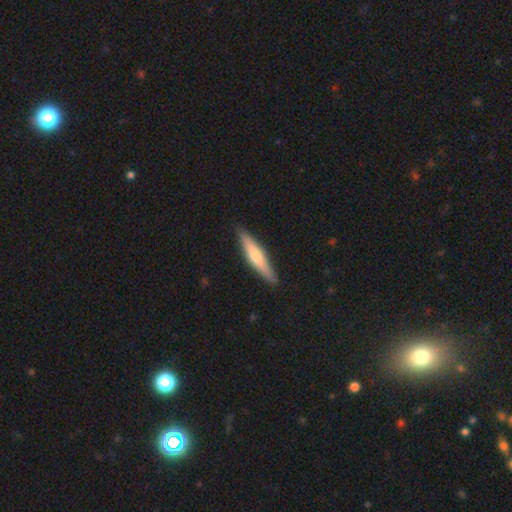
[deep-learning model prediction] A smooth galaxy with no disk features (52%) that is cigar-shaped (86%). Merging: none (89%).